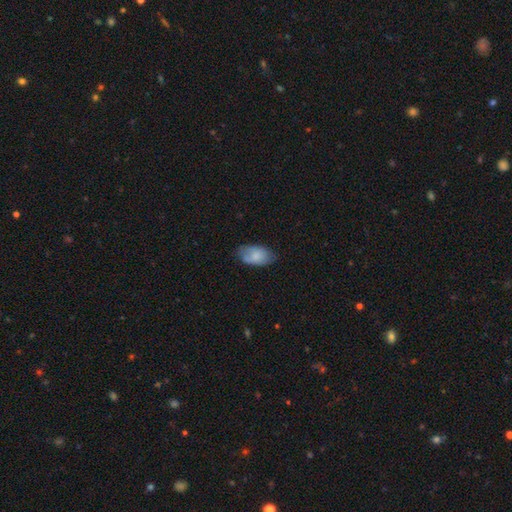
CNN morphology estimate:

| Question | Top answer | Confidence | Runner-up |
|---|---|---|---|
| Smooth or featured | smooth | 79% | featured or disk (14%) |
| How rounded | in between | 94% | round (4%) |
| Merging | none | 66% | minor disturbance (26%) |